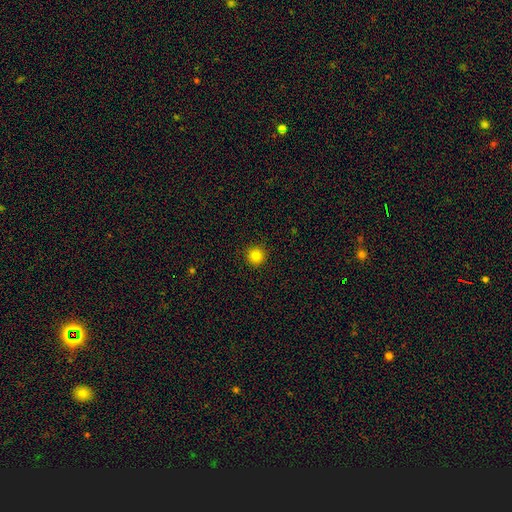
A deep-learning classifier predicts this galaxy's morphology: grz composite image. It shows a smooth galaxy with no disk features (82%) that is round (95%). Merging: none (93%).